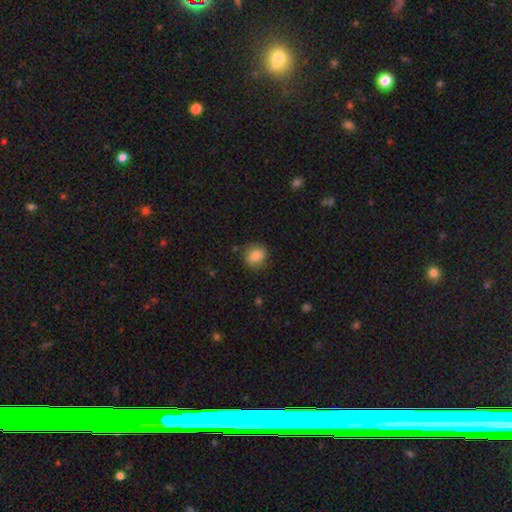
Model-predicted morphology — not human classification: A smooth galaxy with no disk features (84%) that is round (69%). Merging: none (81%).